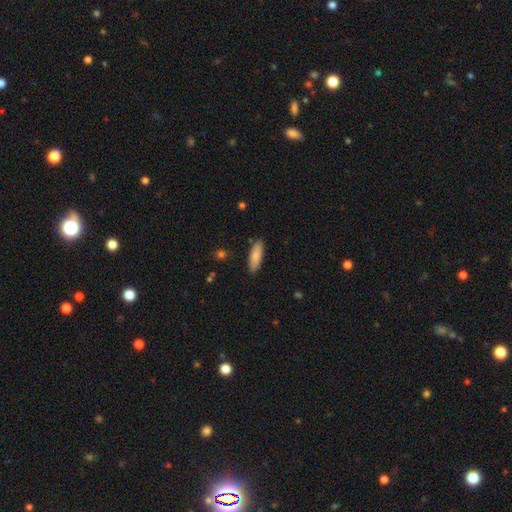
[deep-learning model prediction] This is clearly a smooth galaxy (85%). How rounded: possibly in between (56%). Merging: clearly none (86%).